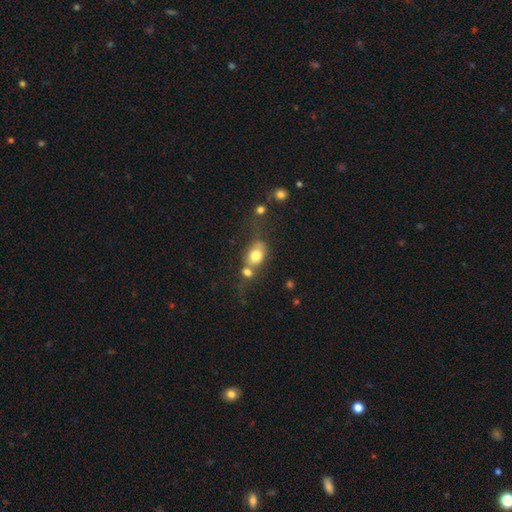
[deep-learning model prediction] smooth-or-featured: smooth: 76% | featured or disk: 15% | star or artifact: 10%
  how-rounded: in between: 64% | round: 34% | cigar-shaped: 2%
  merging: none: 38% | merger: 37% | minor disturbance: 15% | major disturbance: 9%